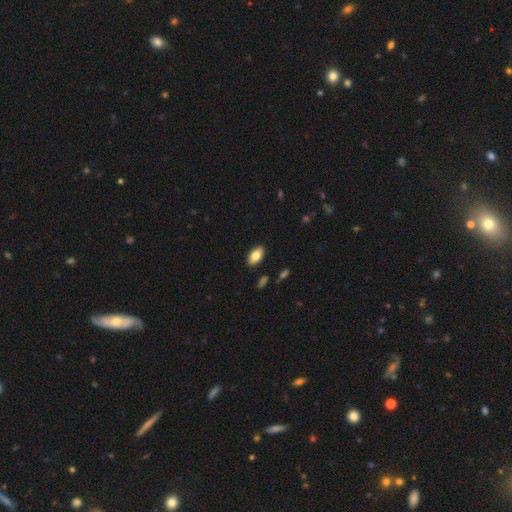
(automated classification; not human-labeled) Q: Smooth or featured?
A: smooth (81%); runner-up: featured or disk (12%)
Q: How rounded?
A: in between (93%); runner-up: round (4%)
Q: Merging?
A: none (88%); runner-up: minor disturbance (8%)